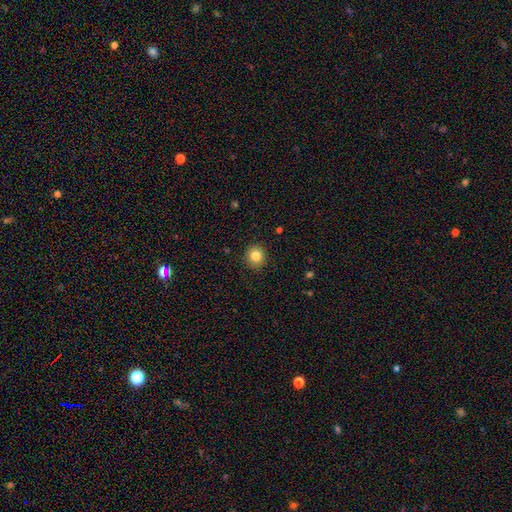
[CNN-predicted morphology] Overall: smooth (83%). How rounded: round (90%). Merging: none (91%).